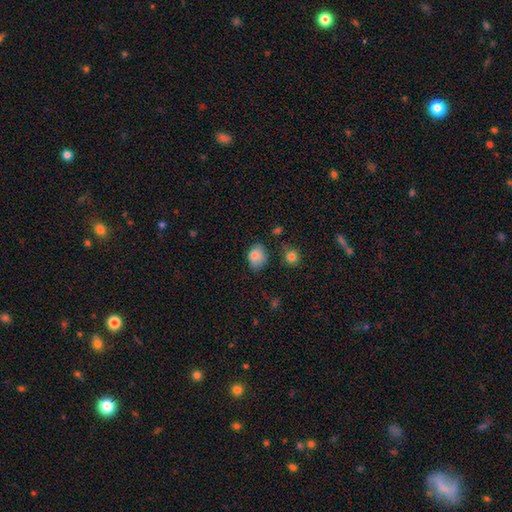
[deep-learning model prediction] Smooth or featured? Predicted: smooth (p=0.82). How rounded? Predicted: in between (p=0.66). Merging? Predicted: none (p=0.57).